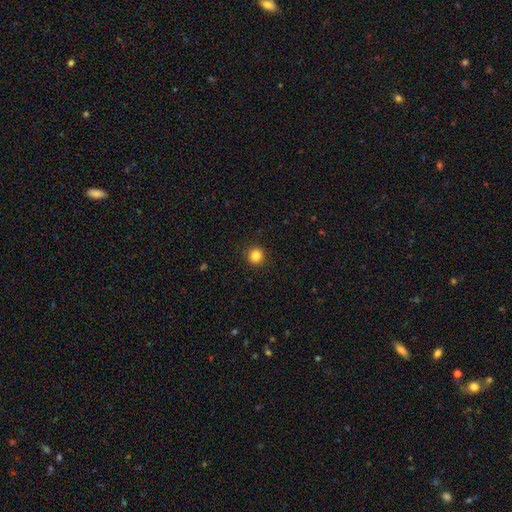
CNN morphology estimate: Q: Smooth or featured?
A: smooth (84%); runner-up: star or artifact (12%)
Q: How rounded?
A: round (94%); runner-up: in between (6%)
Q: Merging?
A: none (92%); runner-up: minor disturbance (5%)